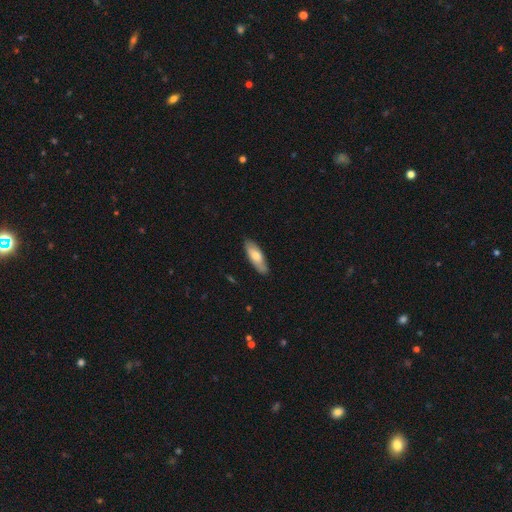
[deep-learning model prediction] smooth 70%, featured or disk 24%, star or artifact 5%. Down the decision tree: how rounded — in between (62%); merging — none (85%).